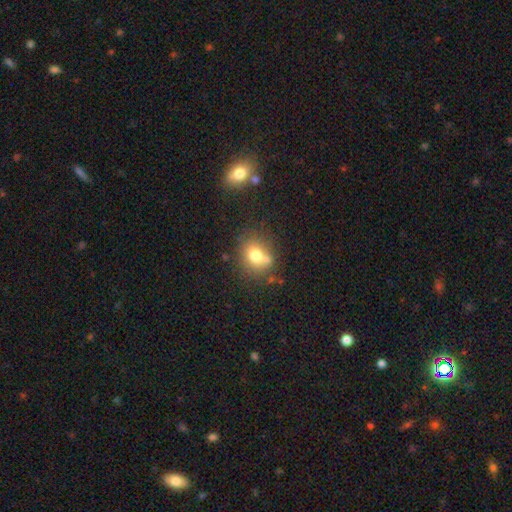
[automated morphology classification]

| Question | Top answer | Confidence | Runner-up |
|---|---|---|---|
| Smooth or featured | smooth | 72% | featured or disk (15%) |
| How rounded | round | 66% | in between (33%) |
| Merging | none | 60% | merger (20%) |